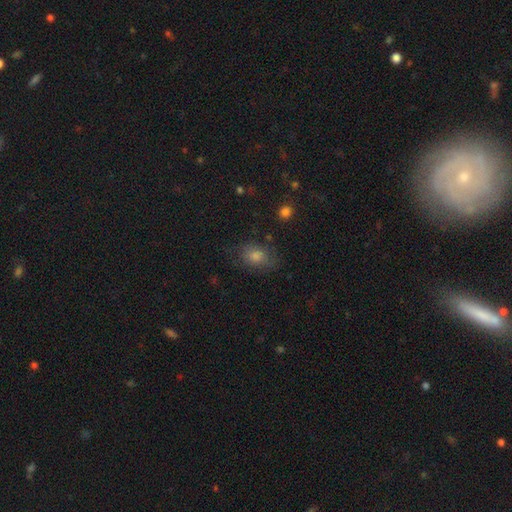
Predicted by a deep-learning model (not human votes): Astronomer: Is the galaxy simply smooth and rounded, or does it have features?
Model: smooth — 65%.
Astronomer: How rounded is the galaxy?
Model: in between — 64%.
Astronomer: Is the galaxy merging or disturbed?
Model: none — 74%.